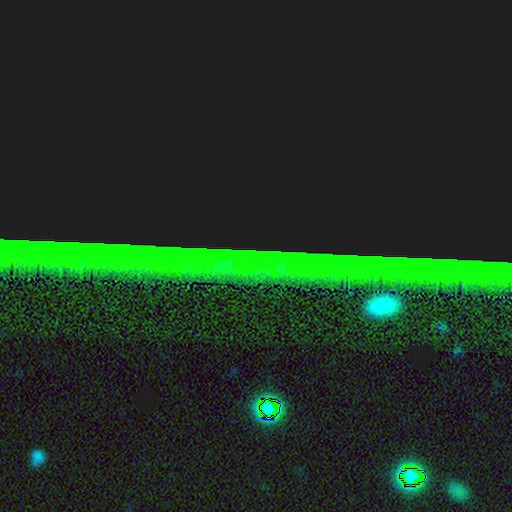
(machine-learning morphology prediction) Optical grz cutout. It shows a star or artifact, not a galaxy (84%).